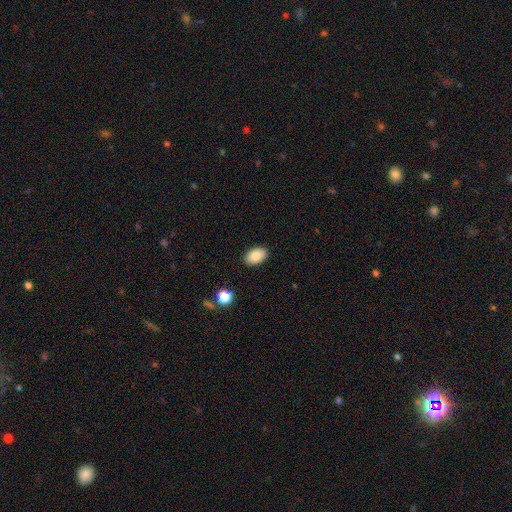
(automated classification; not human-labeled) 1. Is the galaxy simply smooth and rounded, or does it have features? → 88% smooth, 8% star or artifact, 5% featured or disk.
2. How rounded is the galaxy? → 91% in between, 8% round, 1% cigar-shaped.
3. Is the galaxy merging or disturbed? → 89% none, 8% minor disturbance, 2% major disturbance, 1% merger.